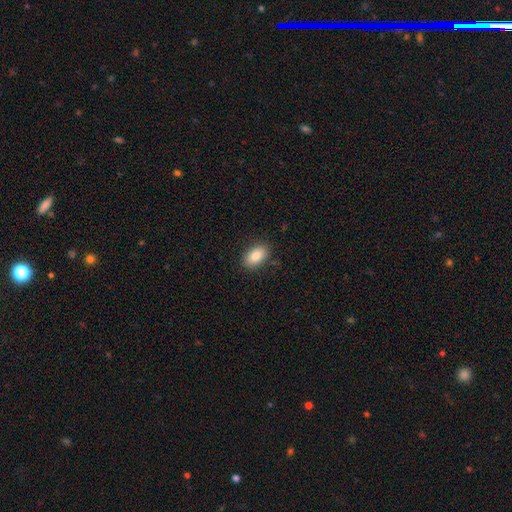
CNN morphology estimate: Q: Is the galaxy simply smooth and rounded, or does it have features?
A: smooth — 86%.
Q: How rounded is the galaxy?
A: in between — 92%.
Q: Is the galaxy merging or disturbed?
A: none — 87%.